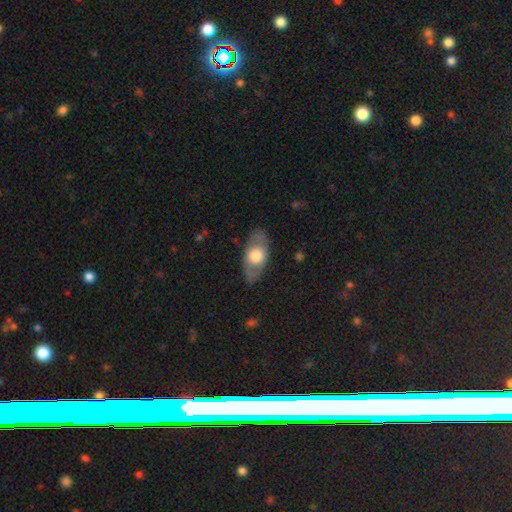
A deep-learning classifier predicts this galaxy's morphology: smooth_or_featured: smooth (p=0.53) [alt: featured or disk p=0.41]
how_rounded: in between (p=0.87) [alt: round p=0.07]
merging: none (p=0.81) [alt: minor disturbance p=0.13]